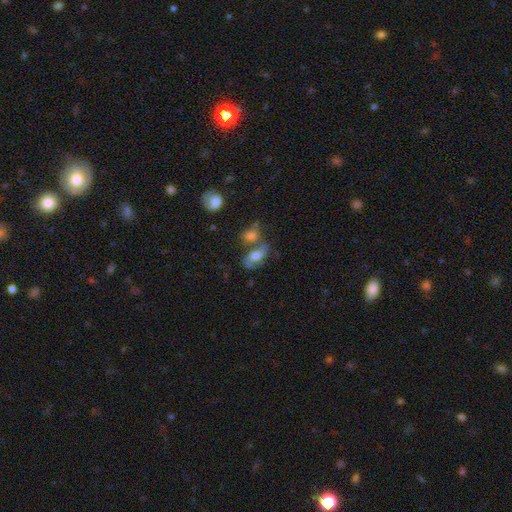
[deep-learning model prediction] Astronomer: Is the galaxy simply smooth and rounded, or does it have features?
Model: smooth — 51% (runner-up: featured or disk, 38%).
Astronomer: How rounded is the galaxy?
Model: in between — 83%.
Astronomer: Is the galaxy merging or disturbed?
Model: none — 42% (runner-up: merger, 31%).